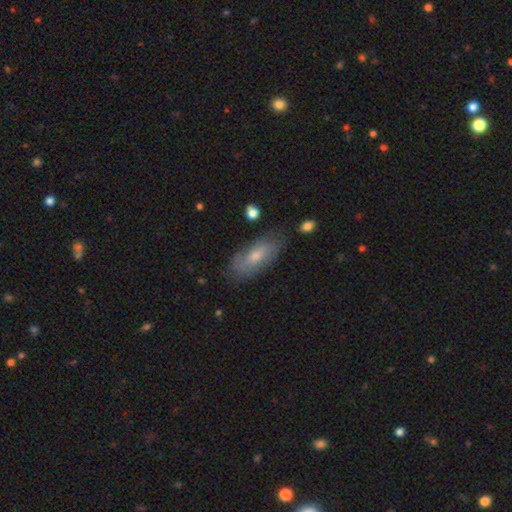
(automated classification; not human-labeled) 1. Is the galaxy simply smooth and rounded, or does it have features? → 58% smooth, 34% featured or disk, 8% star or artifact.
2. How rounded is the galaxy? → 78% in between, 20% cigar-shaped, 3% round.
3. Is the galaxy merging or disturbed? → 75% none, 18% minor disturbance, 4% major disturbance, 2% merger.